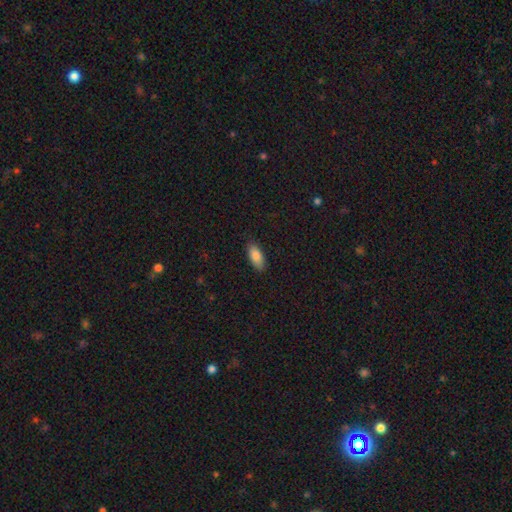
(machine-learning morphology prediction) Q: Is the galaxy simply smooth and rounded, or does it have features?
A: smooth — 86%.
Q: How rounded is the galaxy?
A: in between — 85%.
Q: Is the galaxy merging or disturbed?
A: none — 87%.